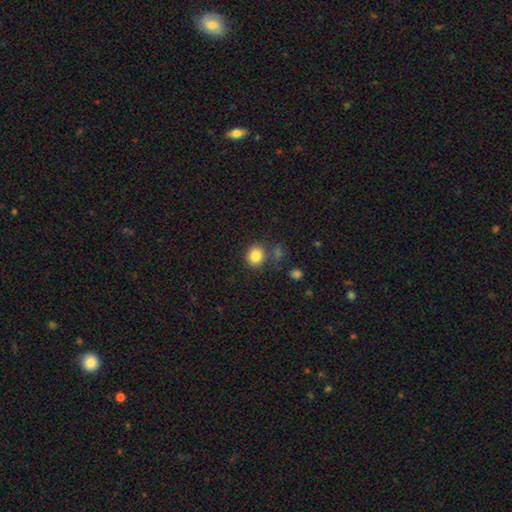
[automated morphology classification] A smooth galaxy with no disk features (85%) that is round (74%).

Vote fractions:
- Smooth or featured? smooth: 85% / star or artifact: 10% / featured or disk: 6%
- How rounded? round: 74% / in between: 25% / cigar-shaped: 1%
- Merging? none: 75% / minor disturbance: 11% / merger: 10% / major disturbance: 4%